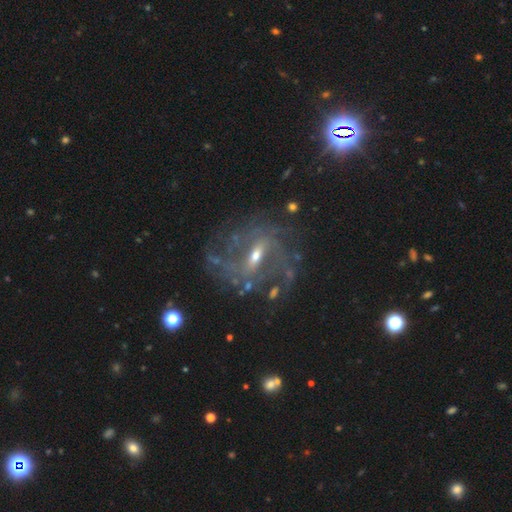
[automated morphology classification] featured or disk 86%, star or artifact 7%, smooth 6%. Down the decision tree: edge-on disk — no (94%); bar — weak (43%); spiral arms — yes (90%); spiral arm count — 2 (38%); spiral winding — medium (43%); bulge size — small (50%); merging — none (64%).